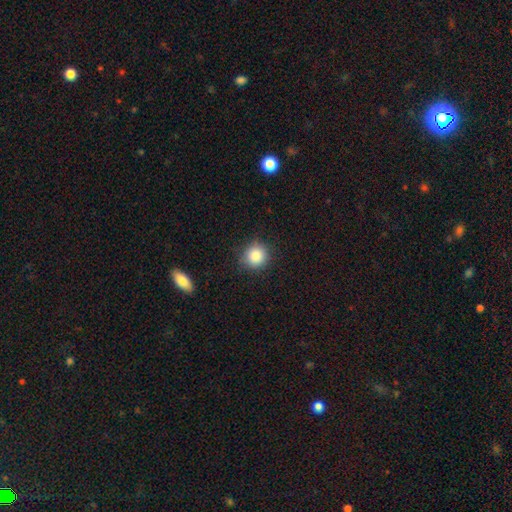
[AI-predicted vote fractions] smooth-or-featured: smooth: 86% | star or artifact: 9% | featured or disk: 4%
  how-rounded: round: 91% | in between: 8% | cigar-shaped: 1%
  merging: none: 85% | minor disturbance: 11% | major disturbance: 3% | merger: 1%